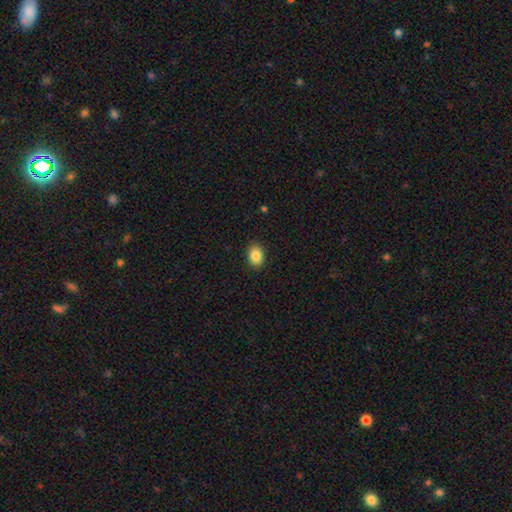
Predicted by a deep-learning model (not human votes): The model was most divided on "how rounded": in between: 68%, round: 31%, cigar-shaped: 1%. More confident: merging — none (89%); smooth or featured — smooth (86%).